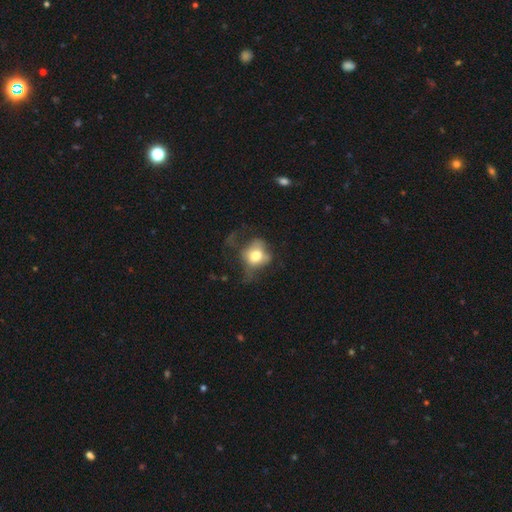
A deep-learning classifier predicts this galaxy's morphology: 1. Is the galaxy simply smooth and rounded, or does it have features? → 61% smooth, 28% featured or disk, 11% star or artifact.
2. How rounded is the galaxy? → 55% round, 43% in between, 2% cigar-shaped.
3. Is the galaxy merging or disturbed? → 37% major disturbance, 36% none, 25% minor disturbance, 3% merger.